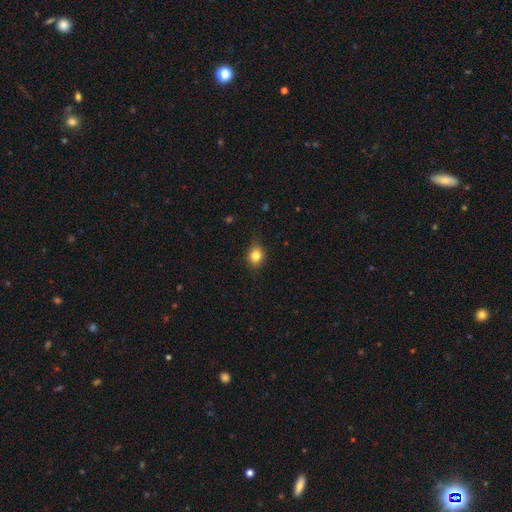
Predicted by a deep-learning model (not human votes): The model was most divided on "how rounded": round: 57%, in between: 42%, cigar-shaped: 1%. More confident: smooth or featured — smooth (82%); merging — none (77%).